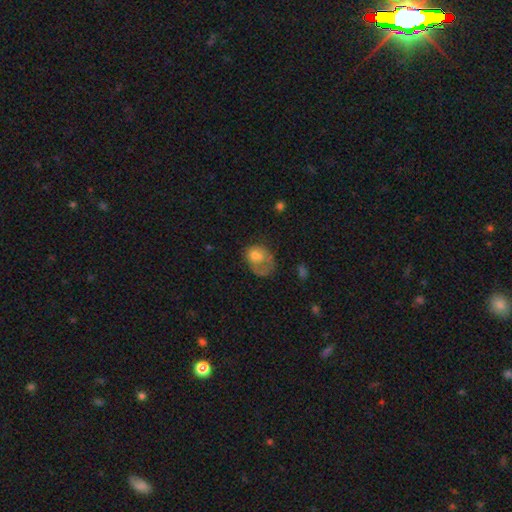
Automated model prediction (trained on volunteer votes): smooth-or-featured: smooth: 60% | featured or disk: 31% | star or artifact: 9%
  how-rounded: in between: 62% | round: 37% | cigar-shaped: 1%
  merging: major disturbance: 47% | none: 24% | minor disturbance: 23% | merger: 6%